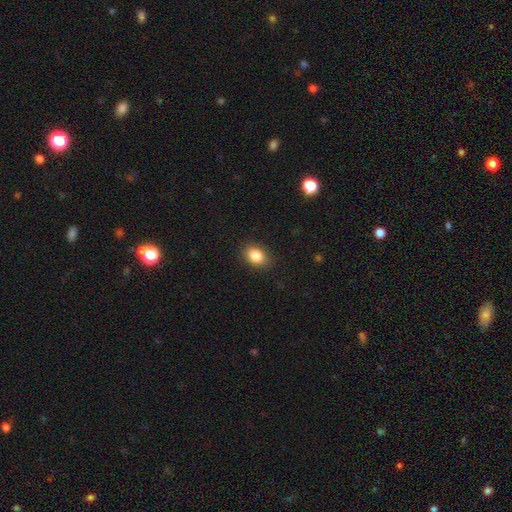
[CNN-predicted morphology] This appears to be a smooth galaxy with no disk features (86%) that is in between round and cigar-shaped (76%). Merging: none (87%).